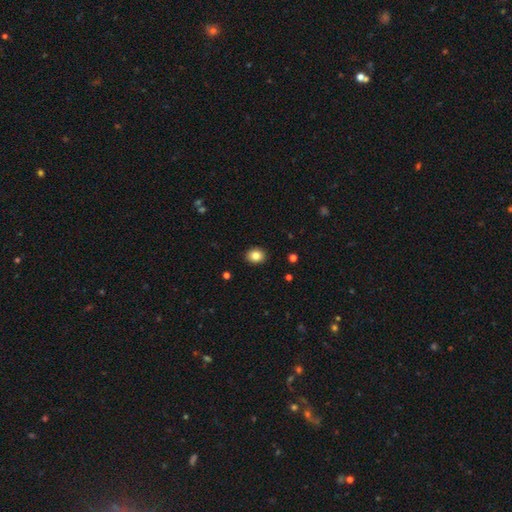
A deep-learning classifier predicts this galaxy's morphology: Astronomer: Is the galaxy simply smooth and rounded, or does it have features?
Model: smooth — 84%.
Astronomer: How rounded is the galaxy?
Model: round — 60% (runner-up: in between, 39%).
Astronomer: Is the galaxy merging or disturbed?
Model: none — 91%.